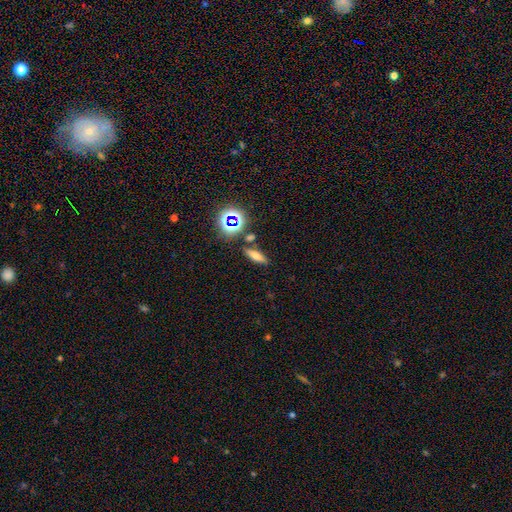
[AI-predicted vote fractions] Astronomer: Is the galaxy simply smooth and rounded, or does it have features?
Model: smooth — 61%.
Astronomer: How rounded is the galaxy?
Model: cigar-shaped — 51% (runner-up: in between, 40%).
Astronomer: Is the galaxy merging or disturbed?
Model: none — 81%.